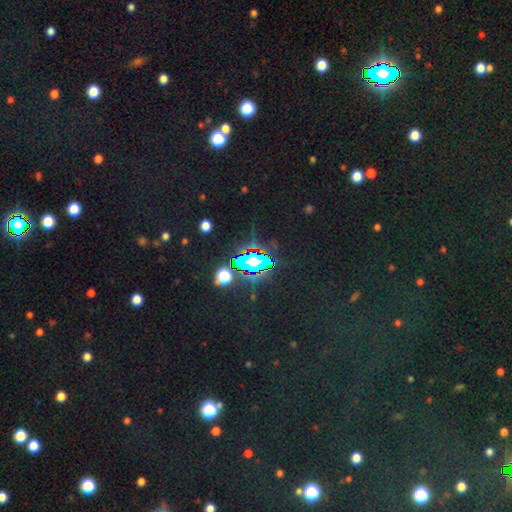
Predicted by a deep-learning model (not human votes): Smooth or featured: star or artifact — 68% (smooth — 20%)